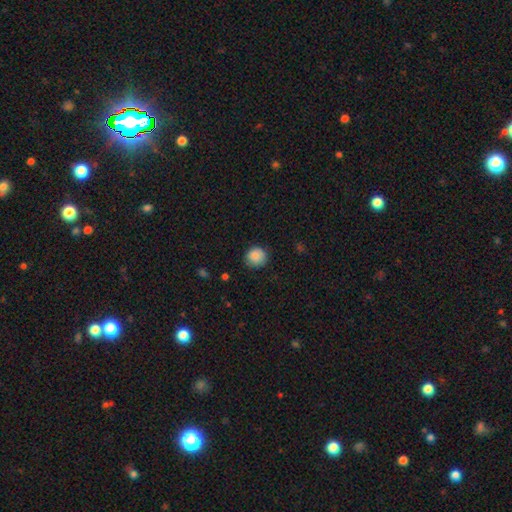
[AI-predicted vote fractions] This appears to be a smooth galaxy with no disk features (88%) that is round (90%). Merging: none (82%).